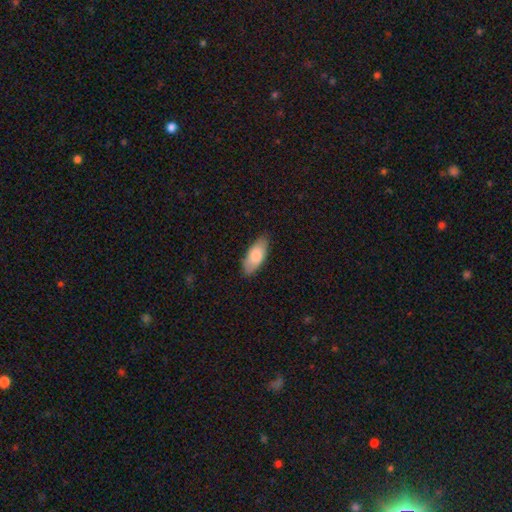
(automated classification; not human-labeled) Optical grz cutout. It shows a smooth galaxy with no disk features (83%) that is in between round and cigar-shaped (87%). Merging: none (83%).